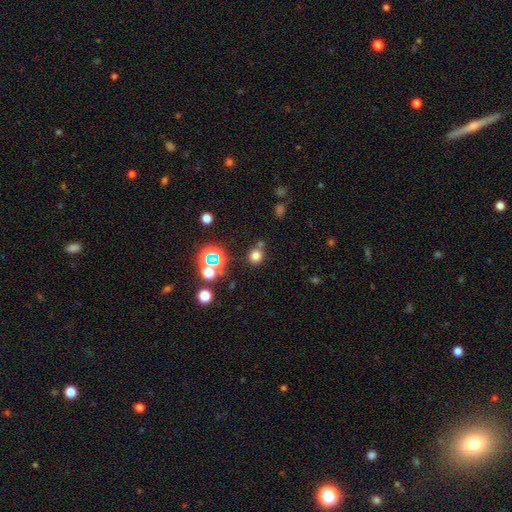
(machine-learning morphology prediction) This is likely a smooth galaxy (70%). How rounded: clearly round (86%). Merging: likely none (73%).